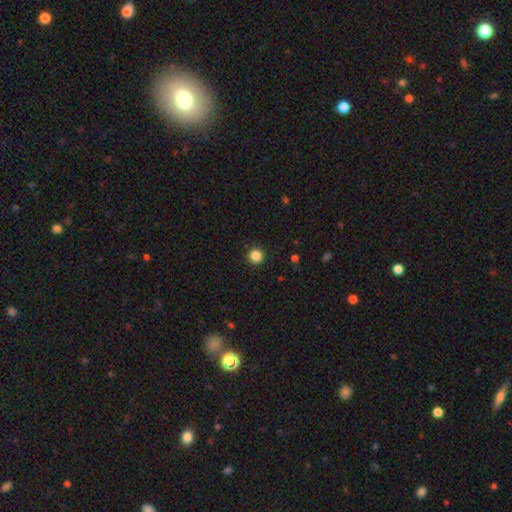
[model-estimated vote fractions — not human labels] Morphology: type=smooth (85%); roundness=round (95%); merging=none (93%).